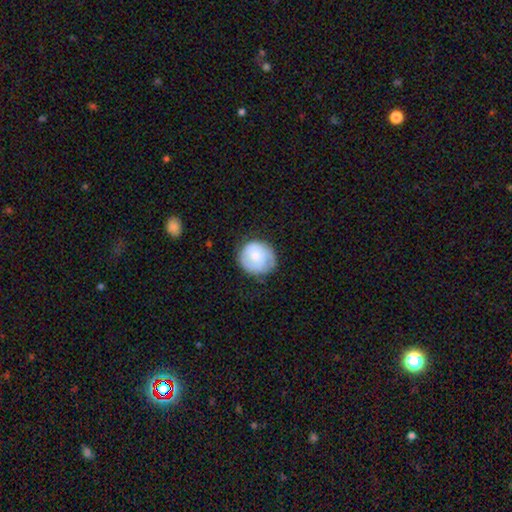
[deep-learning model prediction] smooth_or_featured: smooth (p=0.68) [alt: featured or disk p=0.26]
how_rounded: round (p=0.88) [alt: in between p=0.11]
merging: none (p=0.71) [alt: minor disturbance p=0.22]